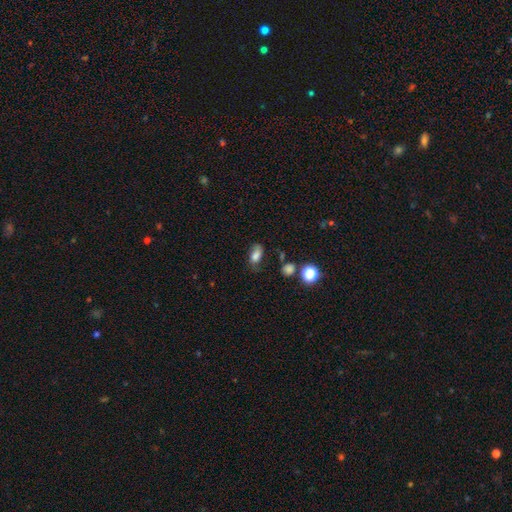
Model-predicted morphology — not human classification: smooth_or_featured: smooth (p=0.73) [alt: featured or disk p=0.15]
how_rounded: in between (p=0.85) [alt: round p=0.11]
merging: none (p=0.56) [alt: minor disturbance p=0.28]